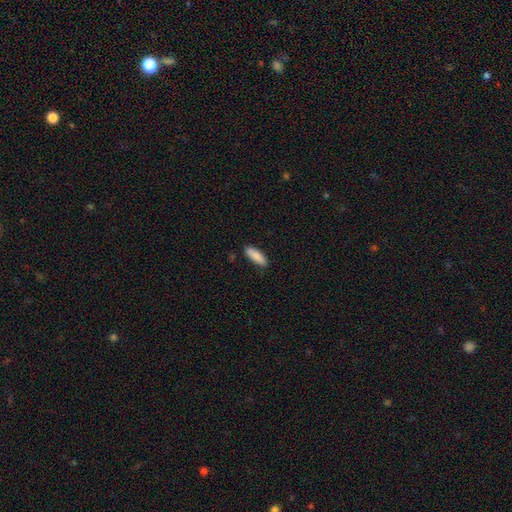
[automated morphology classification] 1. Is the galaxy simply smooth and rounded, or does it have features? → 87% smooth, 7% featured or disk, 6% star or artifact.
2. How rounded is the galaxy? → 54% in between, 44% cigar-shaped, 2% round.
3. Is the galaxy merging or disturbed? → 86% none, 11% minor disturbance, 2% major disturbance, 1% merger.